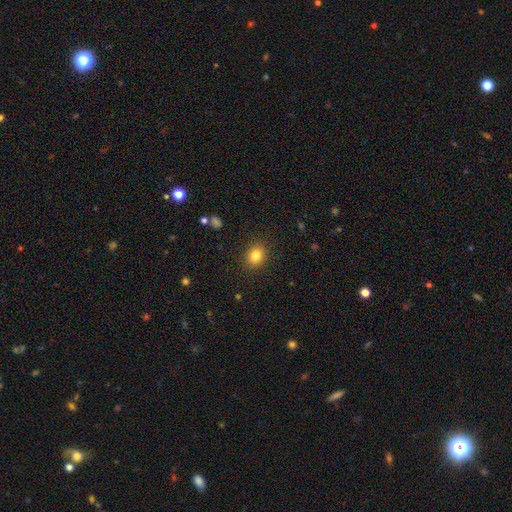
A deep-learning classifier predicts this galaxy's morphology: Smooth or featured? smooth (82%)
How rounded? round (63%)
Merging? none (89%)